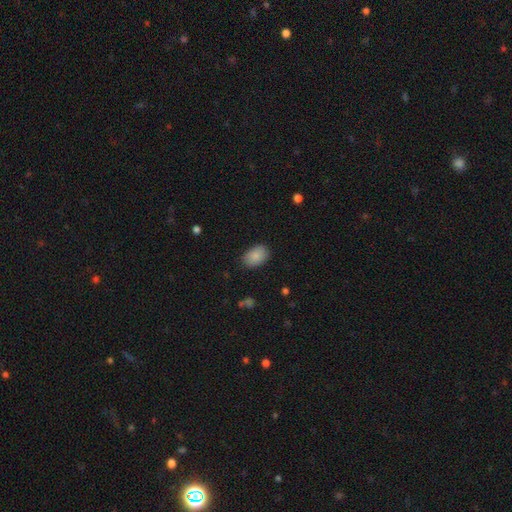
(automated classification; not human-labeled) smooth-or-featured: smooth: 88% | star or artifact: 7% | featured or disk: 5%
  how-rounded: in between: 86% | round: 13% | cigar-shaped: 1%
  merging: none: 81% | minor disturbance: 15% | major disturbance: 3% | merger: 1%